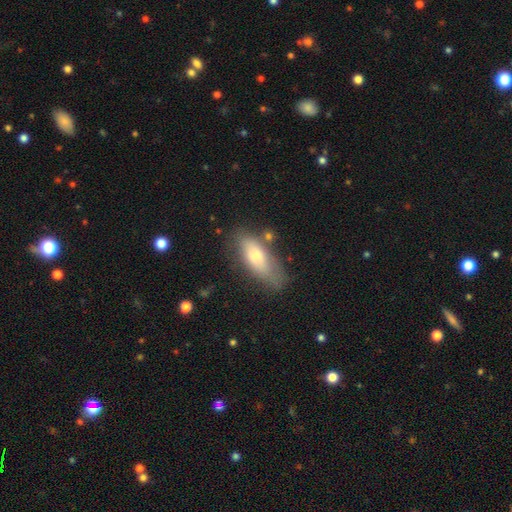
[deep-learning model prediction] Overall: smooth (70%). How rounded: in between (67%; cigar-shaped 31%). Merging: none (57%; minor disturbance 27%).